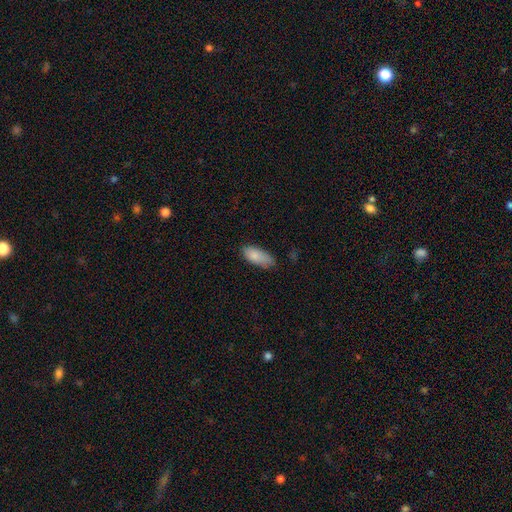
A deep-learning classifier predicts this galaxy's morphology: type=smooth (85%); roundness=in between (84%); merging=none (66%).